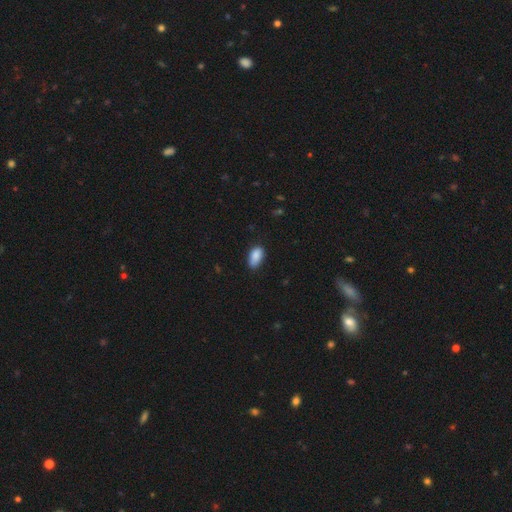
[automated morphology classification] smooth 88%, star or artifact 7%, featured or disk 5%. Down the decision tree: how rounded — in between (93%); merging — none (71%).